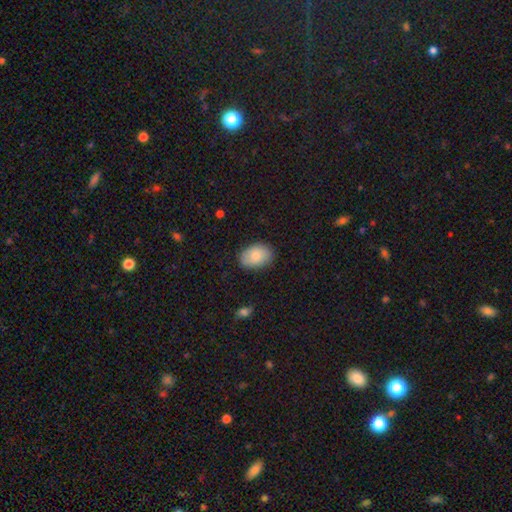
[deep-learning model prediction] Smooth or featured: smooth — 84% (featured or disk — 9%)
How rounded: in between — 85% (round — 14%)
Merging: none — 82% (minor disturbance — 14%)